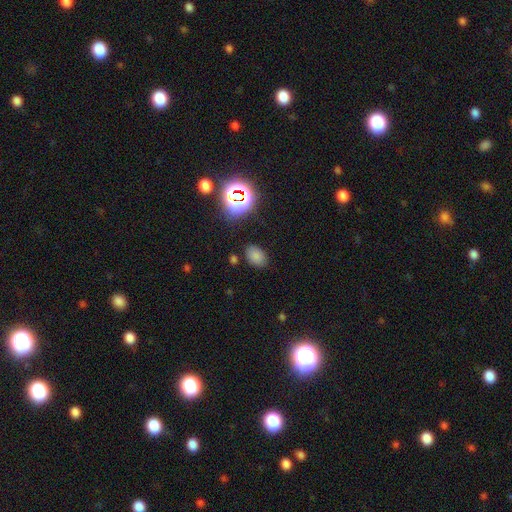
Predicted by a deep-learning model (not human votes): This is likely a smooth galaxy (75%). How rounded: clearly in between (83%). Merging: clearly none (82%).